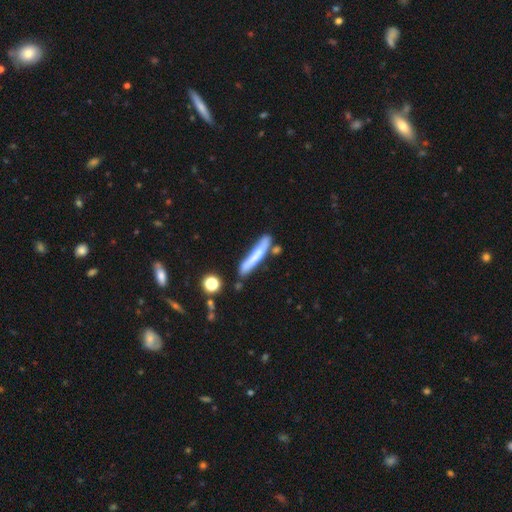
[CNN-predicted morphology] Smooth or featured: smooth — 60% (featured or disk — 33%)
How rounded: cigar-shaped — 92% (in between — 6%)
Merging: none — 63% (minor disturbance — 20%)